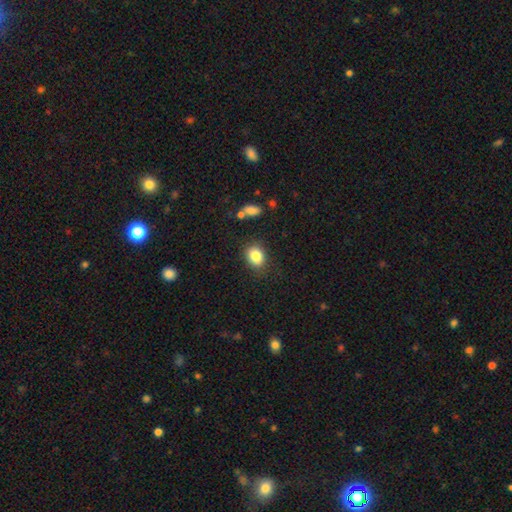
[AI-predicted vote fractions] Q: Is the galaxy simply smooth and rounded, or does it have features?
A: smooth — 83%.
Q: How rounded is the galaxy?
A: in between — 50%.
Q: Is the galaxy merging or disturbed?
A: none — 79%.